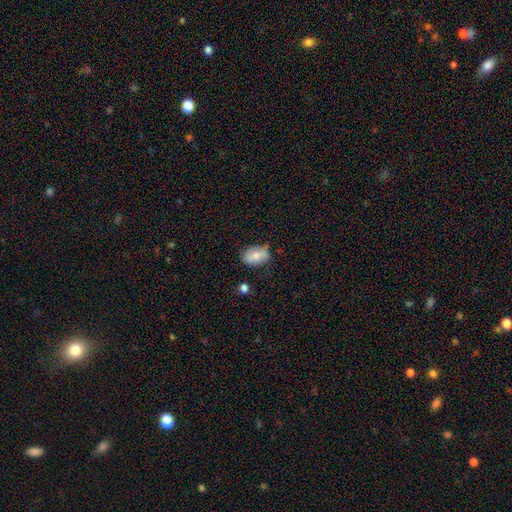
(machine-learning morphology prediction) A smooth galaxy with no disk features (79%) that is in between round and cigar-shaped (87%). Merging: none (68%).